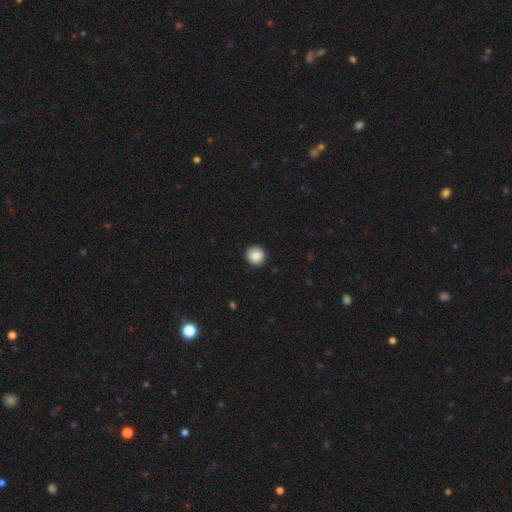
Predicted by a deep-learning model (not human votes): Smooth or featured: smooth — 88% (star or artifact — 8%)
How rounded: round — 93% (in between — 6%)
Merging: none — 91% (minor disturbance — 7%)